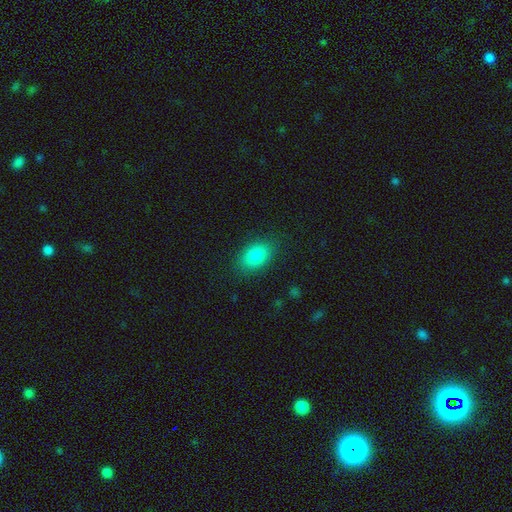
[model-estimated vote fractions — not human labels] This appears to be a smooth galaxy with no disk features (84%) that is in between round and cigar-shaped (88%). Merging: none (85%).